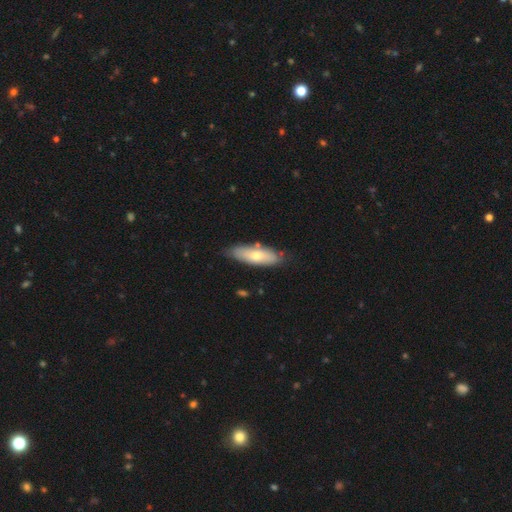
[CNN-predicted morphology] type=smooth (60%); roundness=in between (59%); merging=none (76%).